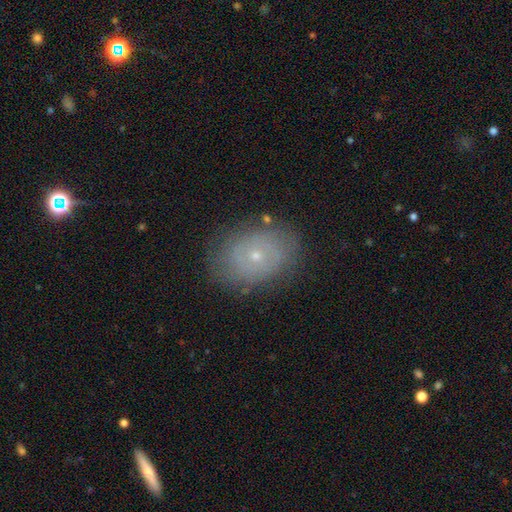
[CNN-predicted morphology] featured or disk 53%, smooth 36%, star or artifact 10%. Down the decision tree: edge-on disk — no (95%); bar — no (84%); spiral arms — yes (62%); bulge size — small (73%); merging — none (80%).